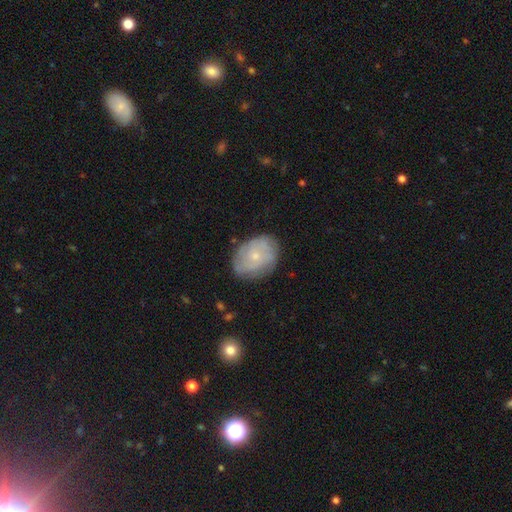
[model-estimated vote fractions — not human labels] Smooth or featured? Predicted: featured or disk (p=0.54). Edge-on disk? Predicted: no (p=0.96). Bar? Predicted: no (p=0.82). Spiral arms? Predicted: yes (p=0.72). Bulge size? Predicted: small (p=0.72). Merging? Predicted: none (p=0.75).